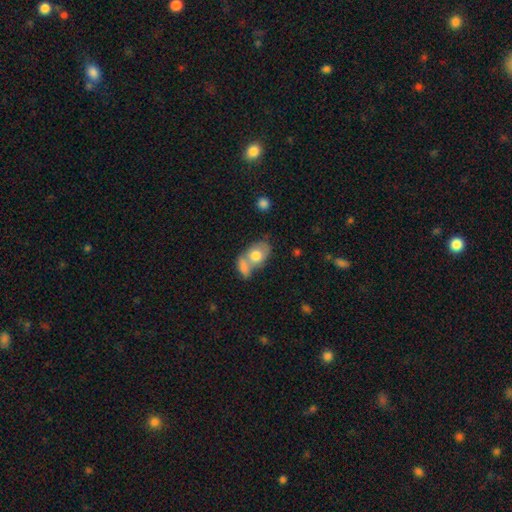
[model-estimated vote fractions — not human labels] smooth 73%, featured or disk 20%, star or artifact 7%. Down the decision tree: how rounded — in between (78%); merging — merger (58%).